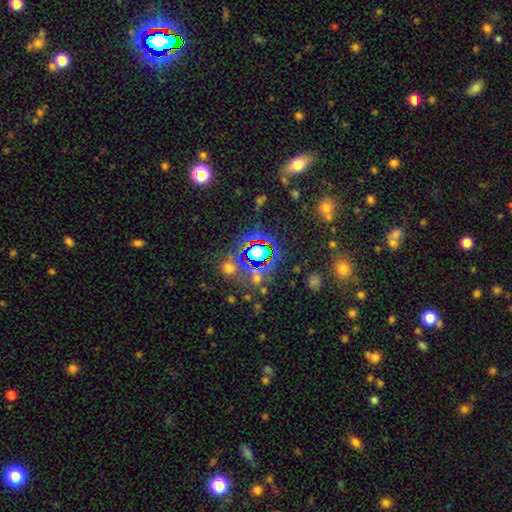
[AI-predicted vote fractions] A star or artifact, not a galaxy (68%).

Vote fractions:
- Smooth or featured? star or artifact: 68% / smooth: 21% / featured or disk: 11%